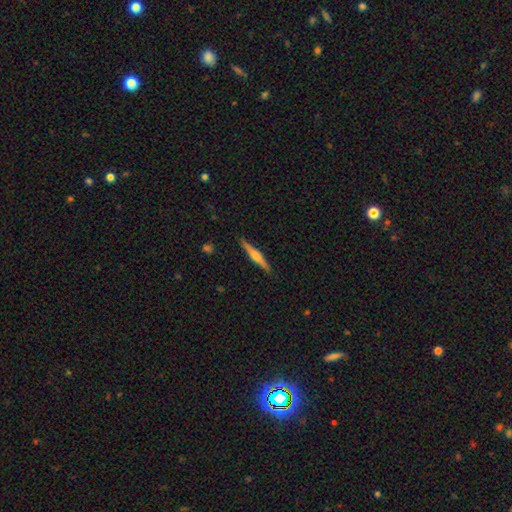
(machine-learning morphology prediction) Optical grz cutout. It shows a featured or disk galaxy (65%) viewed edge-on (98%) with a rounded central bulge (82%). Merging: none (91%).